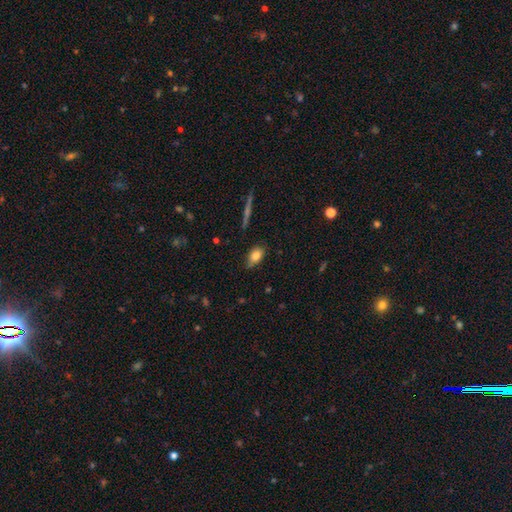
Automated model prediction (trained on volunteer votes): smooth_or_featured: smooth (p=0.81) [alt: featured or disk p=0.11]
how_rounded: in between (p=0.83) [alt: round p=0.13]
merging: none (p=0.69) [alt: minor disturbance p=0.25]